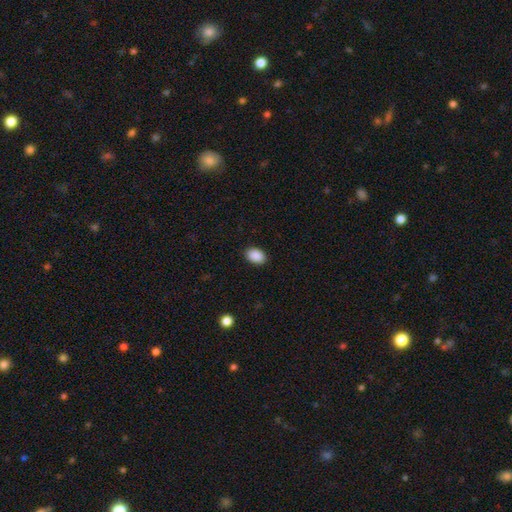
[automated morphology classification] This is clearly a smooth galaxy (90%). How rounded: clearly in between (81%). Merging: clearly none (89%).